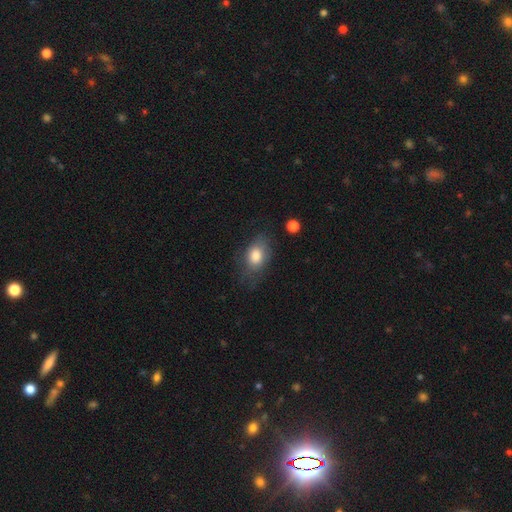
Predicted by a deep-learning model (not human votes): Q: Smooth or featured?
A: smooth (79%); runner-up: featured or disk (13%)
Q: How rounded?
A: in between (82%); runner-up: round (17%)
Q: Merging?
A: none (60%); runner-up: minor disturbance (25%)